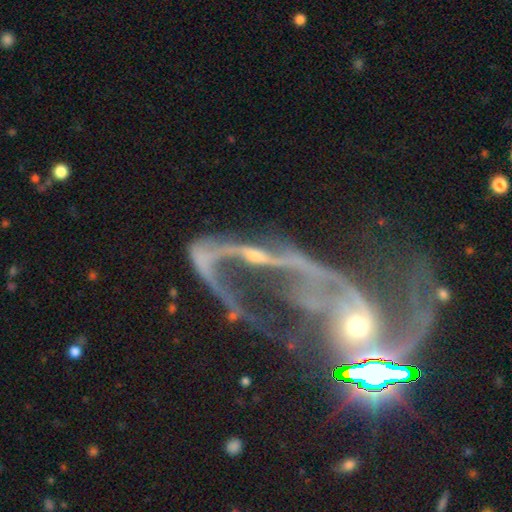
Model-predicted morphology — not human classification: smooth_or_featured: featured or disk (p=0.80) [alt: star or artifact p=0.11]
disk_edge_on: no (p=0.89) [alt: yes p=0.11]
bar: no (p=0.40) [alt: strong p=0.32]
has_spiral_arms: yes (p=0.79) [alt: no p=0.21]
spiral_winding: loose (p=0.82) [alt: medium p=0.12]
spiral_arm_count: 2 (p=0.67) [alt: 1 p=0.16]
bulge_size: small (p=0.57) [alt: moderate p=0.23]
merging: merger (p=0.34) [alt: major disturbance p=0.33]